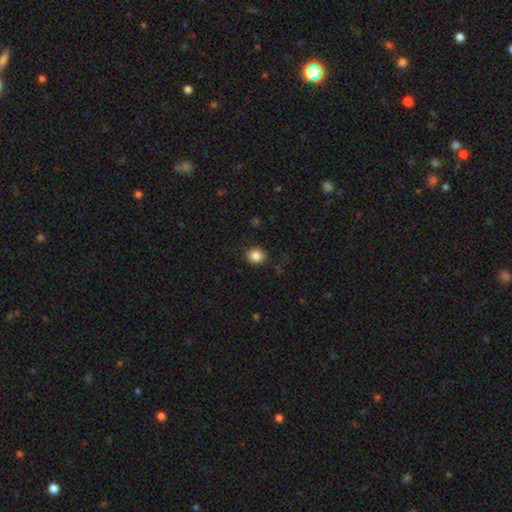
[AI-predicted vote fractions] Overall: smooth (85%). How rounded: round (89%). Merging: none (88%).